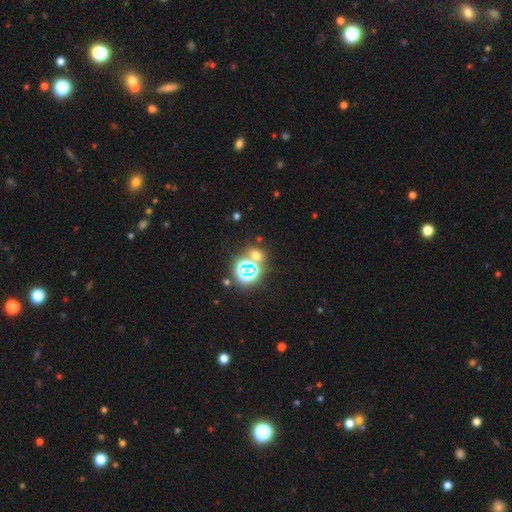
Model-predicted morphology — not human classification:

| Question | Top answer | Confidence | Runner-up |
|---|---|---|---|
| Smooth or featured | star or artifact | 49% | smooth (42%) |